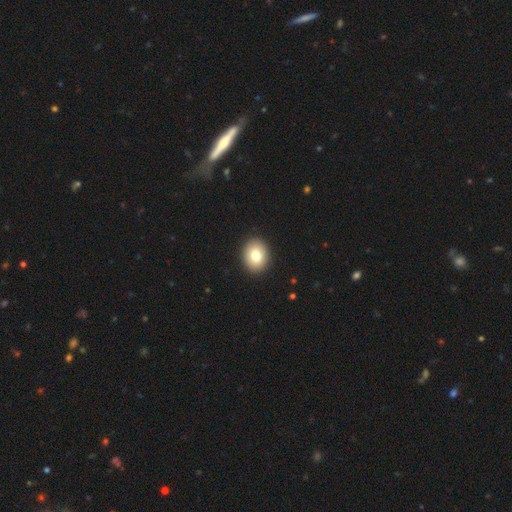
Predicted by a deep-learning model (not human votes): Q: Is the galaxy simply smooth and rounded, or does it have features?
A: smooth — 79%.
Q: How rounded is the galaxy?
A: in between — 50%.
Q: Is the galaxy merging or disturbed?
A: none — 92%.